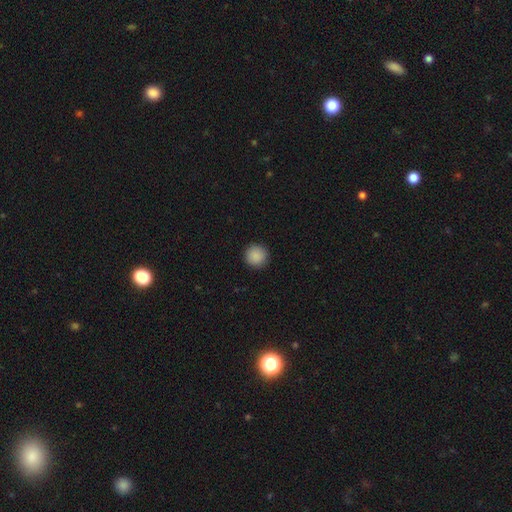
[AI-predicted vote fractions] A smooth galaxy with no disk features (89%) that is round (96%).

Vote fractions:
- Smooth or featured? smooth: 89% / star or artifact: 8% / featured or disk: 2%
- How rounded? round: 96% / in between: 3% / cigar-shaped: 1%
- Merging? none: 93% / minor disturbance: 5% / major disturbance: 2% / merger: 1%